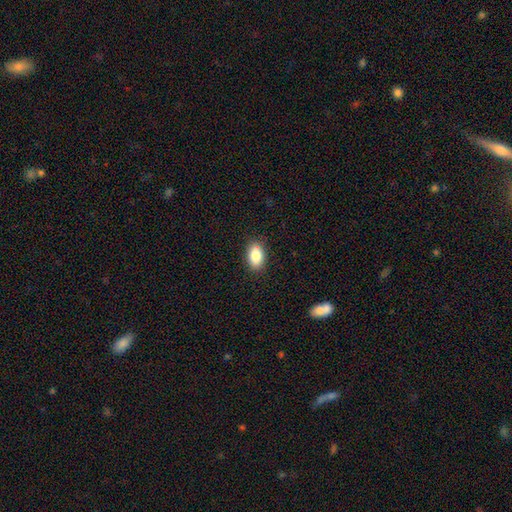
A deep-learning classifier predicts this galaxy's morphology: Q: Smooth or featured?
A: smooth (85%); runner-up: star or artifact (8%)
Q: How rounded?
A: in between (89%); runner-up: round (9%)
Q: Merging?
A: none (87%); runner-up: minor disturbance (10%)